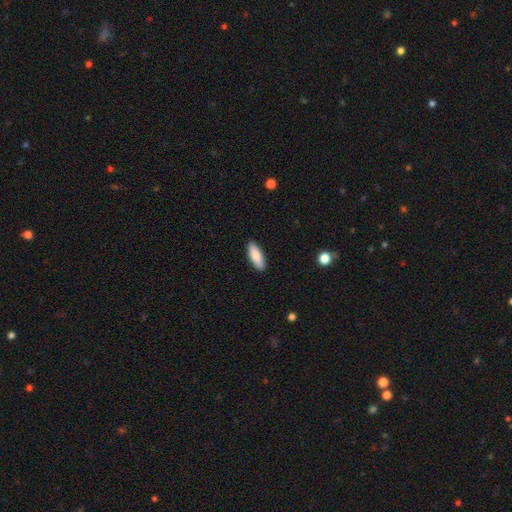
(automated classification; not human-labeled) A smooth galaxy with no disk features (85%) that is in between round and cigar-shaped (63%).

Vote fractions:
- Smooth or featured? smooth: 85% / featured or disk: 10% / star or artifact: 6%
- How rounded? in between: 63% / cigar-shaped: 35% / round: 2%
- Merging? none: 90% / minor disturbance: 7% / major disturbance: 2% / merger: 1%